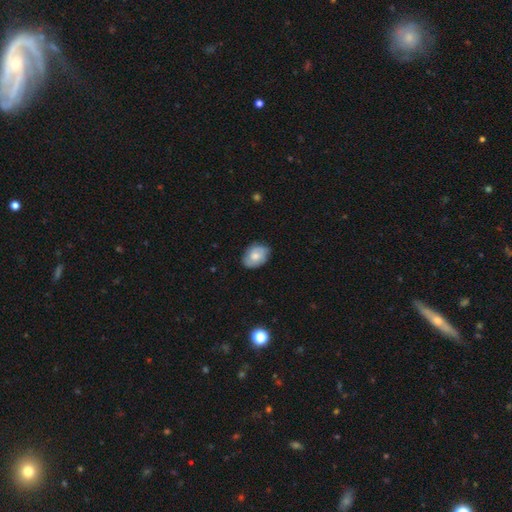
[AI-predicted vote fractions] This appears to be a smooth galaxy with no disk features (52%) that is in between round and cigar-shaped (72%). Merging: none (77%).